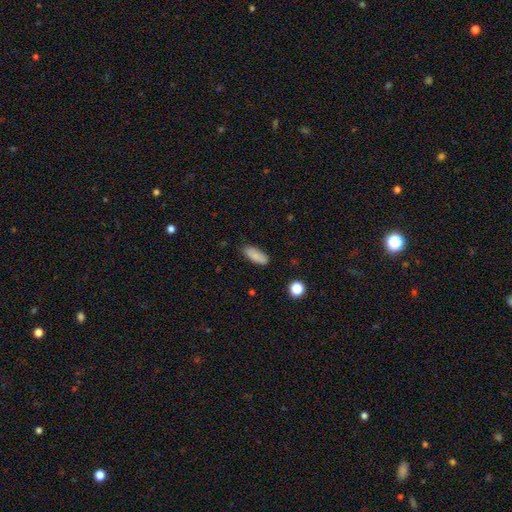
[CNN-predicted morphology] Smooth or featured: smooth — 84% (featured or disk — 9%)
How rounded: in between — 82% (cigar-shaped — 16%)
Merging: none — 83% (minor disturbance — 13%)